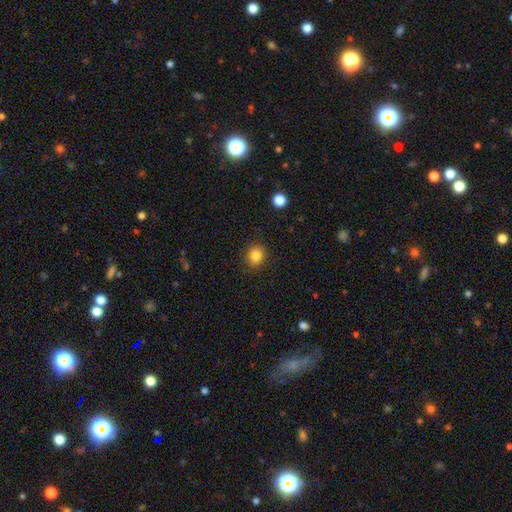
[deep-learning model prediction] smooth_or_featured: smooth (p=0.83) [alt: star or artifact p=0.11]
how_rounded: round (p=0.78) [alt: in between p=0.21]
merging: none (p=0.88) [alt: minor disturbance p=0.09]